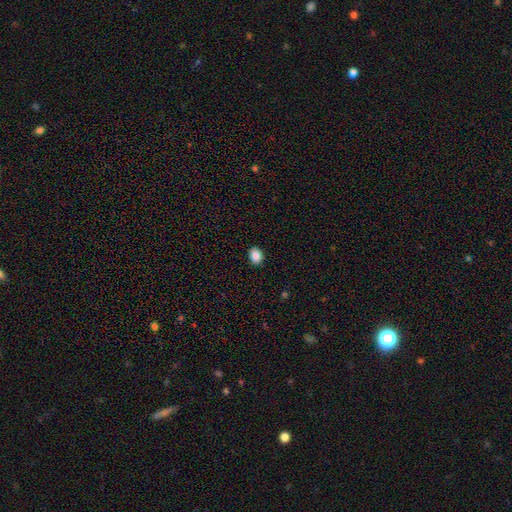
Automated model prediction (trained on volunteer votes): Smooth or featured: smooth — 87% (star or artifact — 9%)
How rounded: in between — 60% (round — 39%)
Merging: none — 89% (minor disturbance — 8%)